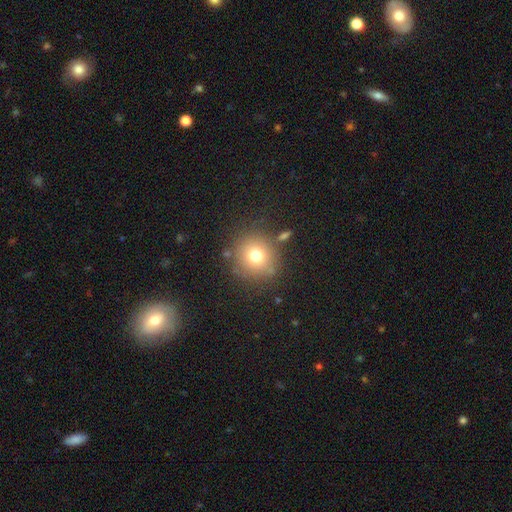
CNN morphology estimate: Smooth or featured? smooth (73%)
How rounded? round (91%)
Merging? none (80%)